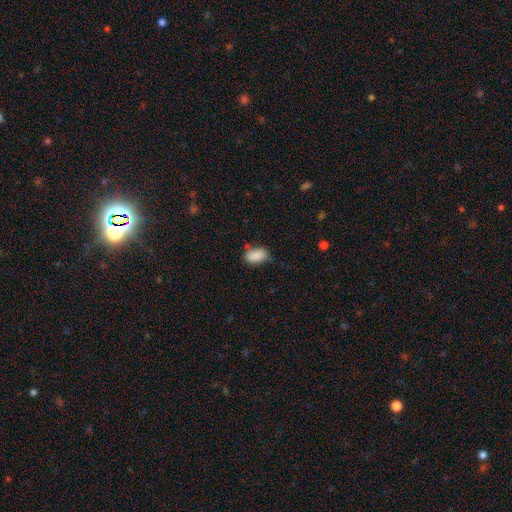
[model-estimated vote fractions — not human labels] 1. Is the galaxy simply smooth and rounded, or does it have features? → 87% smooth, 8% star or artifact, 5% featured or disk.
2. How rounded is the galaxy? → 91% in between, 6% round, 2% cigar-shaped.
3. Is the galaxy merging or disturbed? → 63% none, 27% minor disturbance, 6% major disturbance, 4% merger.